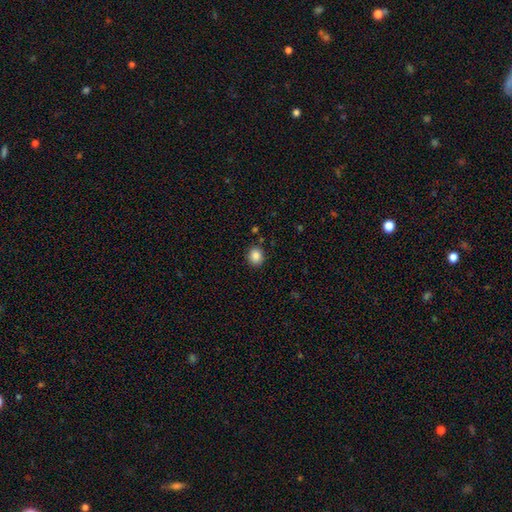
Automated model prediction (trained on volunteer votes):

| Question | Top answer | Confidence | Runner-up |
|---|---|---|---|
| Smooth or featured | smooth | 86% | star or artifact (10%) |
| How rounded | round | 79% | in between (20%) |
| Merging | none | 88% | minor disturbance (8%) |